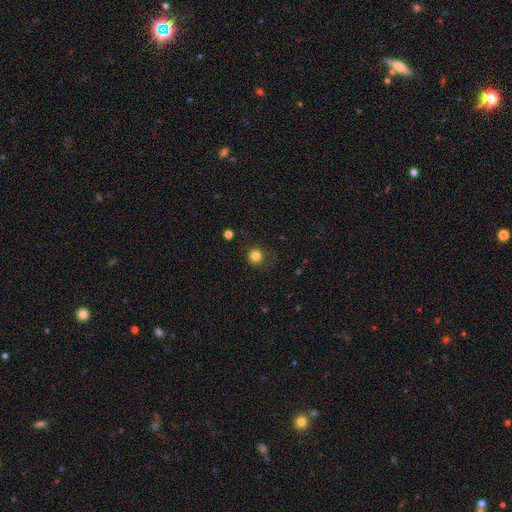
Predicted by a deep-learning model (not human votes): smooth_or_featured: smooth (p=0.82) [alt: star or artifact p=0.13]
how_rounded: round (p=0.92) [alt: in between p=0.07]
merging: none (p=0.83) [alt: minor disturbance p=0.12]